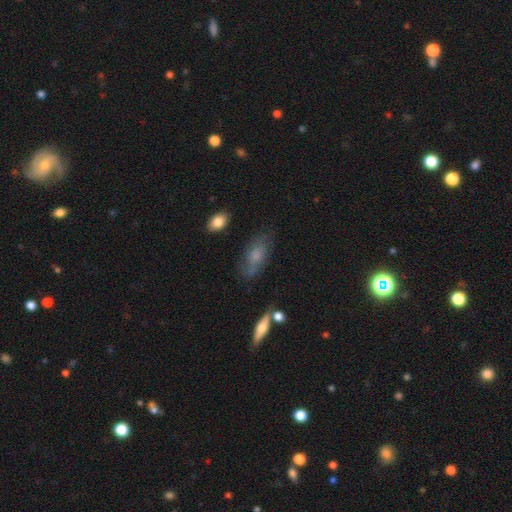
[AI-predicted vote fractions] This appears to be a smooth galaxy with no disk features (52%) that is in between round and cigar-shaped (85%). Merging: none (66%).